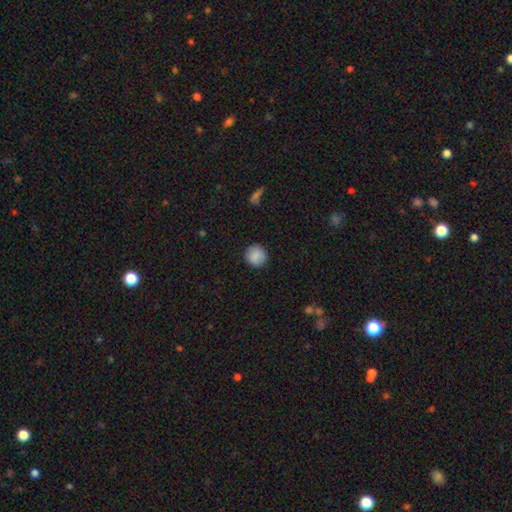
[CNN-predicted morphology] Smooth or featured? smooth (88%)
How rounded? round (93%)
Merging? none (90%)